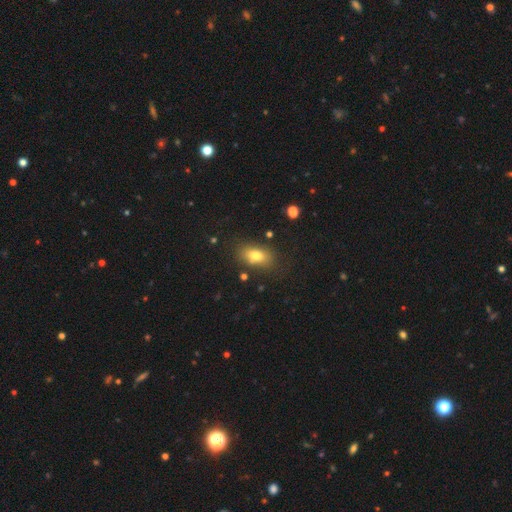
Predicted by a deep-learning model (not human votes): This appears to be a smooth galaxy with no disk features (78%) that is in between round and cigar-shaped (86%). Merging: none (76%).